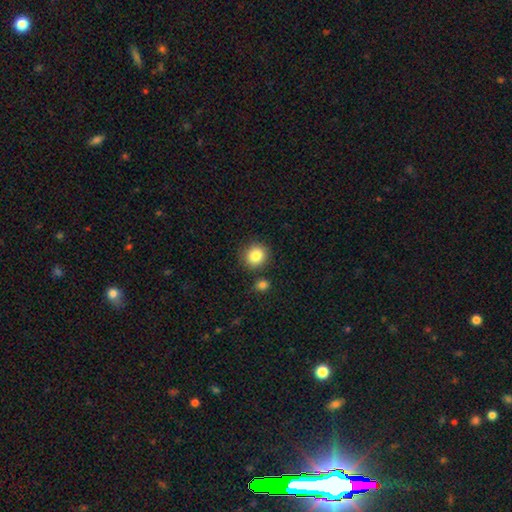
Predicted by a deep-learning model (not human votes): Morphology: type=smooth (85%); roundness=round (87%); merging=none (83%).